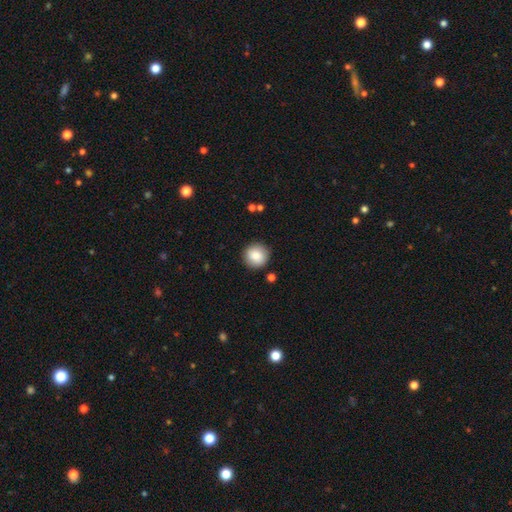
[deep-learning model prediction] A smooth galaxy with no disk features (84%) that is round (94%). Merging: none (89%).